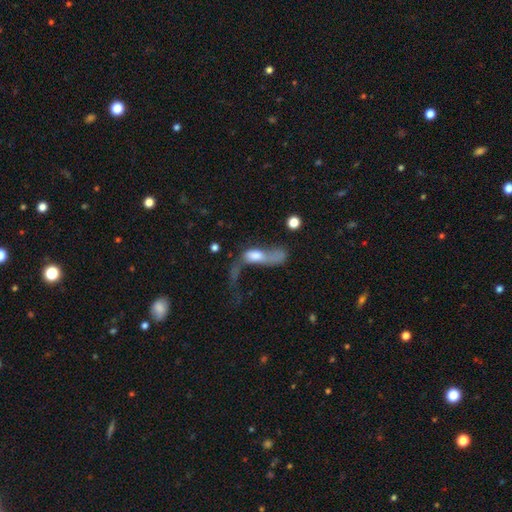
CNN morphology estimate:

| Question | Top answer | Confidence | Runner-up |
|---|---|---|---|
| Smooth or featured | smooth | 49% | featured or disk (41%) |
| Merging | major disturbance | 54% | merger (23%) |